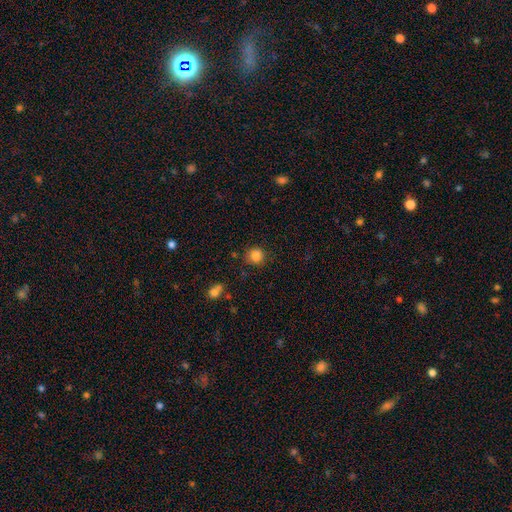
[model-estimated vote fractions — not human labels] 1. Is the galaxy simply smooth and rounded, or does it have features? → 85% smooth, 11% star or artifact, 4% featured or disk.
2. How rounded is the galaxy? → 90% round, 9% in between, 1% cigar-shaped.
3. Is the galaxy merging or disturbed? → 82% none, 12% minor disturbance, 3% major disturbance, 3% merger.